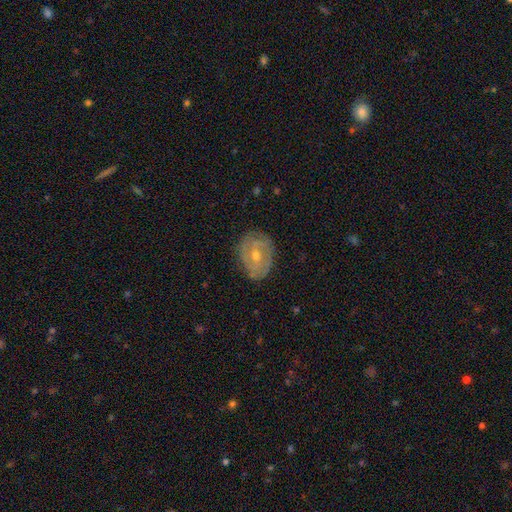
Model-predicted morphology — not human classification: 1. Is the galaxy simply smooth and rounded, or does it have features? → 71% featured or disk, 22% smooth, 7% star or artifact.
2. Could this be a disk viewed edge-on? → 96% no, 4% yes.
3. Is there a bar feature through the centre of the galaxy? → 56% no, 36% weak, 8% strong.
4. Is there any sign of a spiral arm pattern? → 81% yes, 19% no.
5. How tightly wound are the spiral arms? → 58% tight, 31% medium, 10% loose.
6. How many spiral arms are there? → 37% can't tell, 36% 2, 14% 3, 5% 4, 4% 1, 4% more than 4.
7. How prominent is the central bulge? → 49% small, 48% moderate, 1% none, 1% large, 1% dominant.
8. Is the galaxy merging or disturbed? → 76% none, 18% minor disturbance, 5% major disturbance, 1% merger.